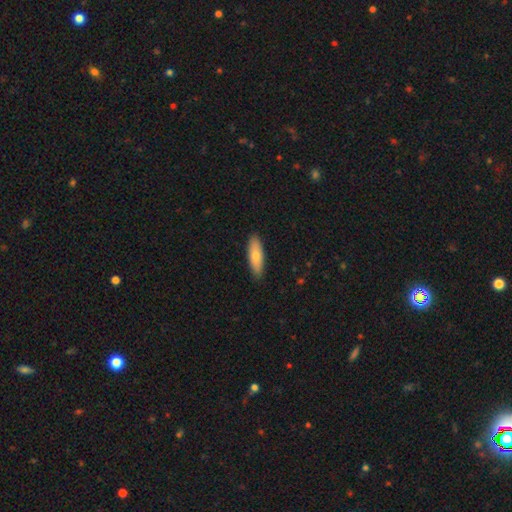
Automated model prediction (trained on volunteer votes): smooth 74%, featured or disk 20%, star or artifact 6%. Down the decision tree: how rounded — in between (57%); merging — none (89%).